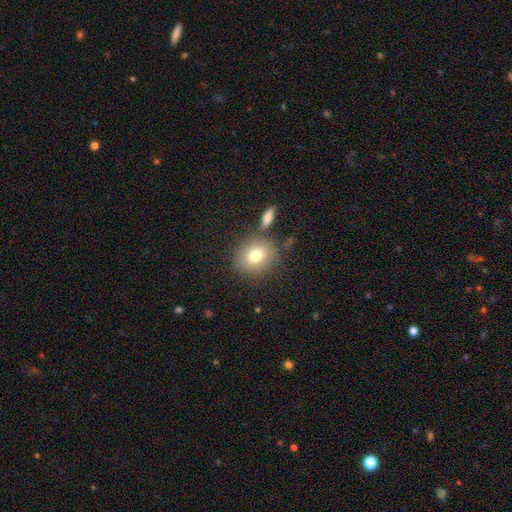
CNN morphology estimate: Smooth or featured: smooth — 76% (featured or disk — 14%)
How rounded: round — 63% (in between — 36%)
Merging: none — 74% (minor disturbance — 11%)